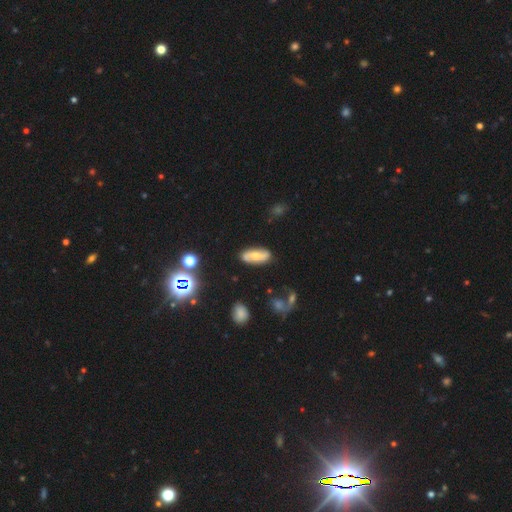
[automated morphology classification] This appears to be a featured or disk galaxy (48%). Merging: none (82%).